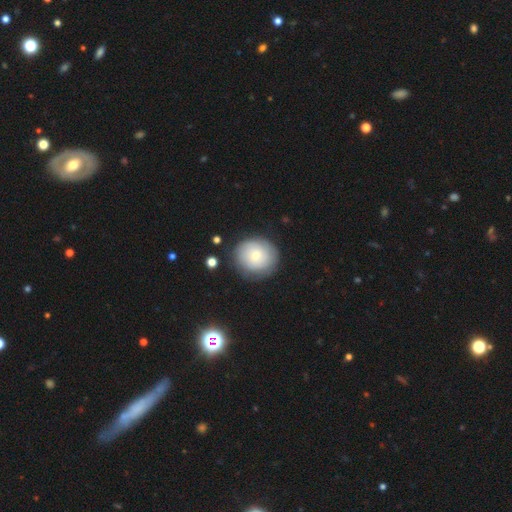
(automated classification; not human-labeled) Overall: smooth (65%; featured or disk 28%). How rounded: round (85%). Merging: none (78%).